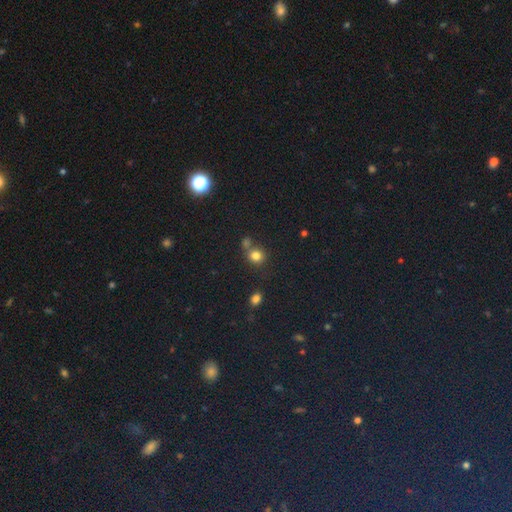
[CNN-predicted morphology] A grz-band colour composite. It shows a smooth galaxy with no disk features (78%) that is round (83%). Merging: none (57%).